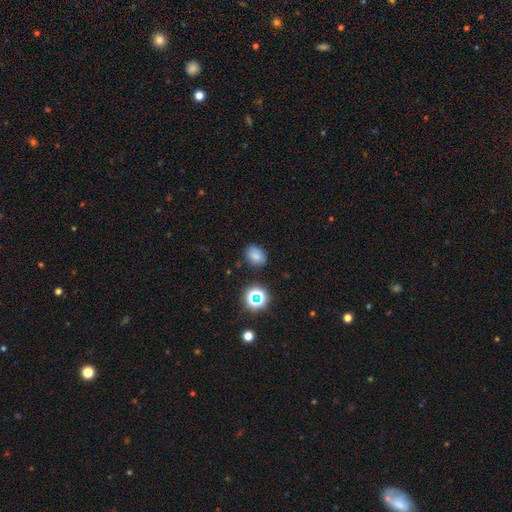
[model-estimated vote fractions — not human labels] smooth-or-featured: smooth: 76% | star or artifact: 16% | featured or disk: 8%
  how-rounded: in between: 59% | round: 40% | cigar-shaped: 1%
  merging: none: 81% | minor disturbance: 13% | major disturbance: 3% | merger: 3%